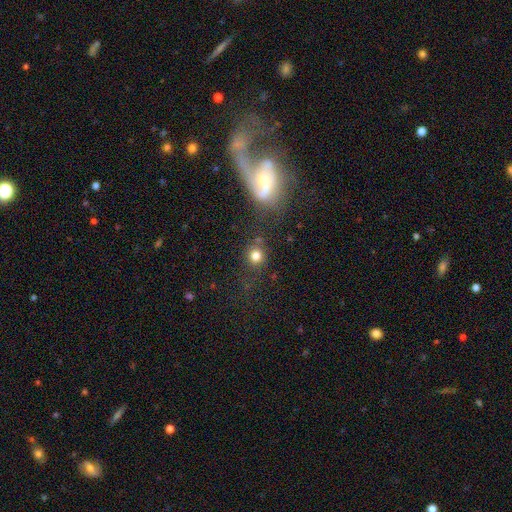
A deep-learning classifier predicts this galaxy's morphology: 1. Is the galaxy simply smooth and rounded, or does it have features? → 77% smooth, 14% star or artifact, 9% featured or disk.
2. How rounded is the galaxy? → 86% round, 12% in between, 1% cigar-shaped.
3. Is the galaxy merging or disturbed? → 72% none, 12% minor disturbance, 11% merger, 6% major disturbance.